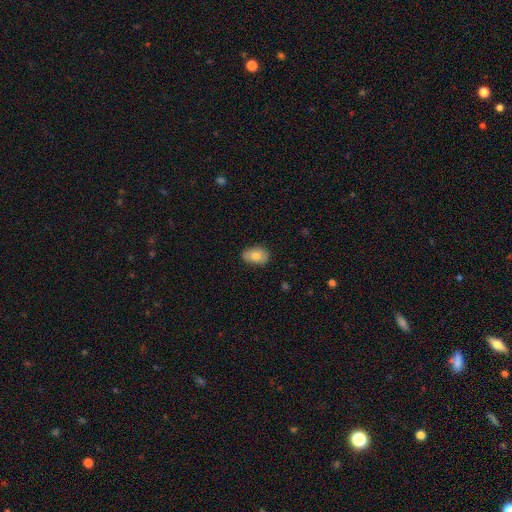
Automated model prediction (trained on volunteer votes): Morphology: type=smooth (78%); roundness=in between (87%); merging=none (82%).